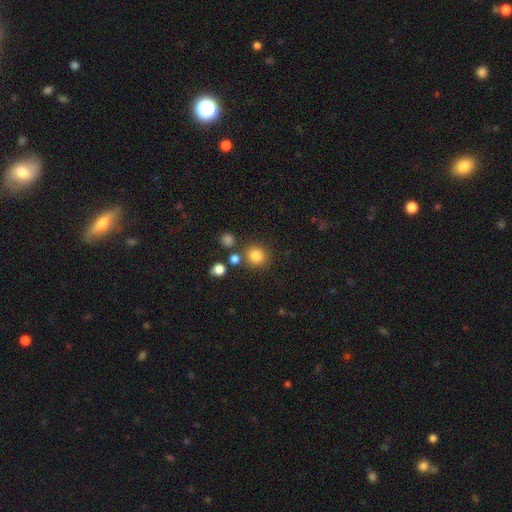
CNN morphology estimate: A smooth galaxy with no disk features (83%) that is round (90%).

Vote fractions:
- Smooth or featured? smooth: 83% / star or artifact: 12% / featured or disk: 5%
- How rounded? round: 90% / in between: 9% / cigar-shaped: 1%
- Merging? none: 77% / merger: 10% / minor disturbance: 9% / major disturbance: 4%